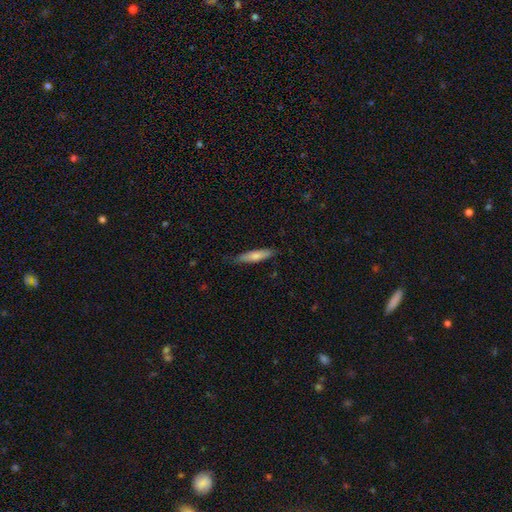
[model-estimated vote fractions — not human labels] smooth-or-featured: smooth: 72% | featured or disk: 22% | star or artifact: 6%
  how-rounded: cigar-shaped: 80% | in between: 18% | round: 1%
  merging: none: 79% | minor disturbance: 17% | major disturbance: 3% | merger: 1%